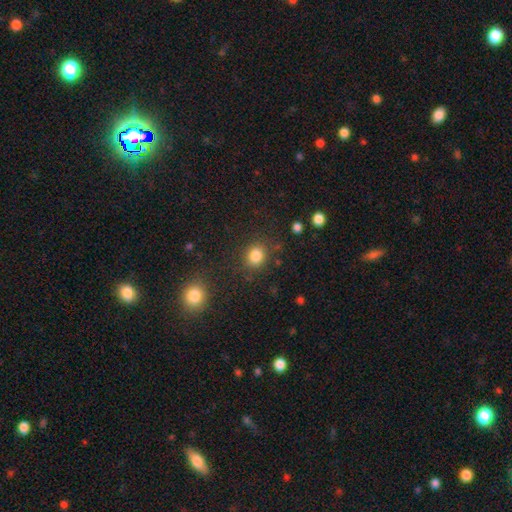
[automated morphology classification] smooth 83%, star or artifact 12%, featured or disk 5%. Down the decision tree: how rounded — round (71%); merging — none (81%).